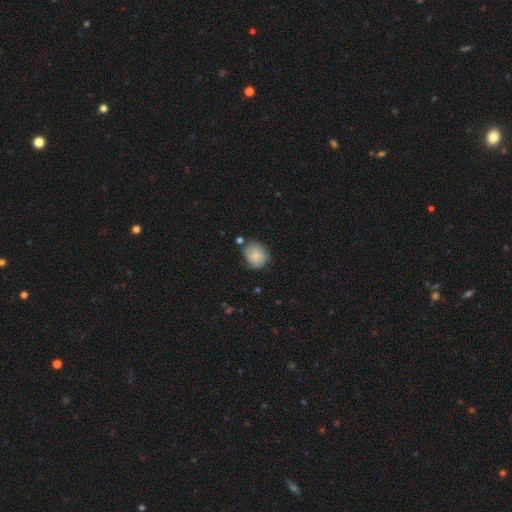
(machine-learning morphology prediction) smooth-or-featured: smooth: 82% | featured or disk: 11% | star or artifact: 8%
  how-rounded: round: 62% | in between: 37% | cigar-shaped: 1%
  merging: none: 61% | minor disturbance: 26% | major disturbance: 7% | merger: 6%